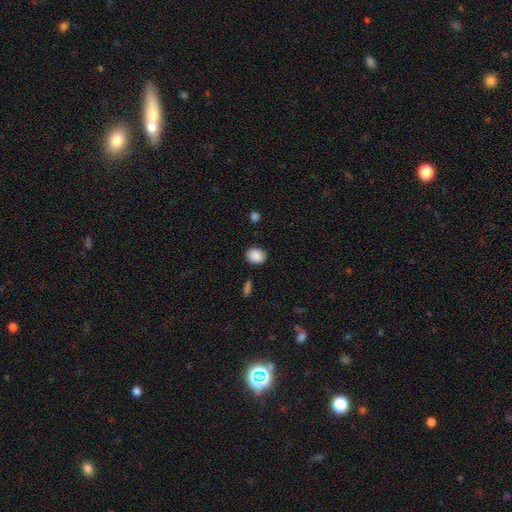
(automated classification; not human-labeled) smooth 89%, star or artifact 8%, featured or disk 3%. Down the decision tree: how rounded — round (56%); merging — none (87%).